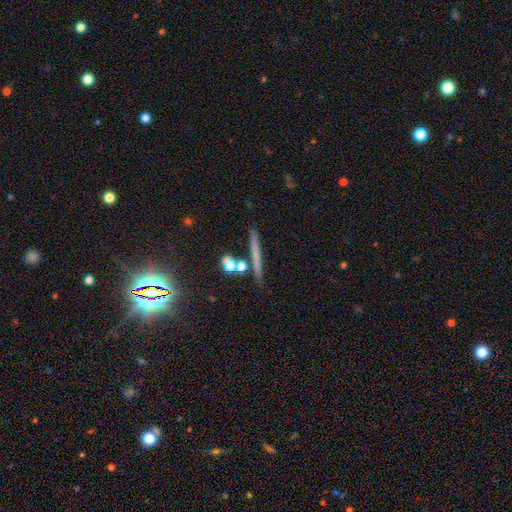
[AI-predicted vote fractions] Smooth or featured? smooth (47%)
Merging? none (80%)